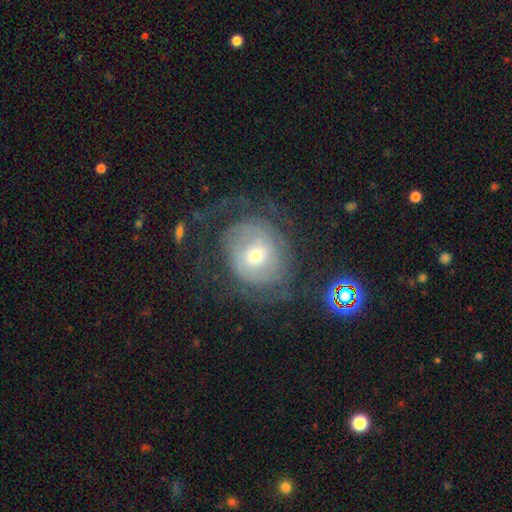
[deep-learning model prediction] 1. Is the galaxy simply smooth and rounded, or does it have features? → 65% featured or disk, 26% smooth, 10% star or artifact.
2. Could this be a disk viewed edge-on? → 97% no, 3% yes.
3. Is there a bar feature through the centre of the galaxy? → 71% no, 23% weak, 6% strong.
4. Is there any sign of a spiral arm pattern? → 73% yes, 27% no.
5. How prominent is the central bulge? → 53% small, 41% moderate, 4% large, 1% dominant, 1% none.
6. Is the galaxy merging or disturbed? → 54% none, 27% major disturbance, 17% minor disturbance, 2% merger.